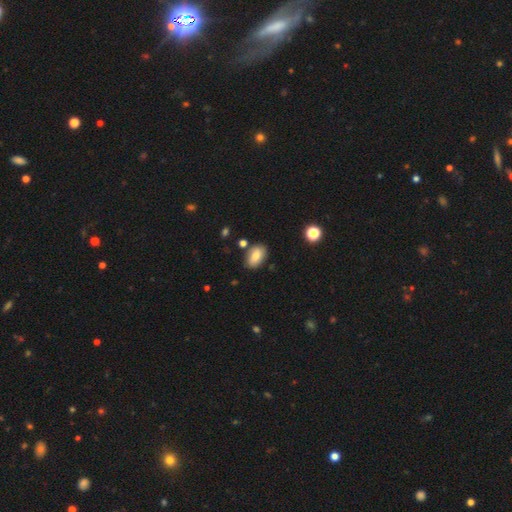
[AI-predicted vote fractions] Morphology: type=smooth (78%); roundness=in between (90%); merging=none (80%).